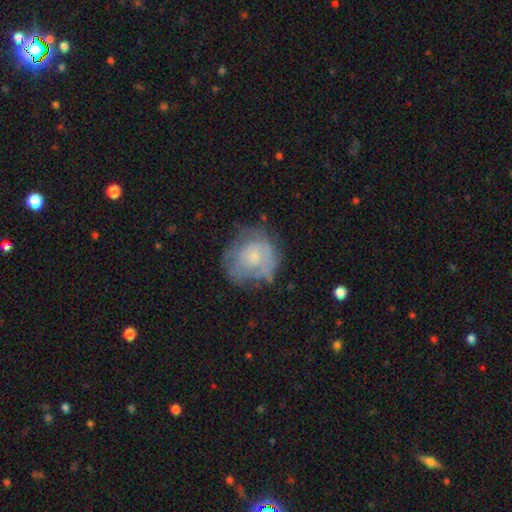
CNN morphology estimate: Q: Smooth or featured?
A: featured or disk (49%); runner-up: smooth (42%)
Q: Merging?
A: none (58%); runner-up: minor disturbance (25%)